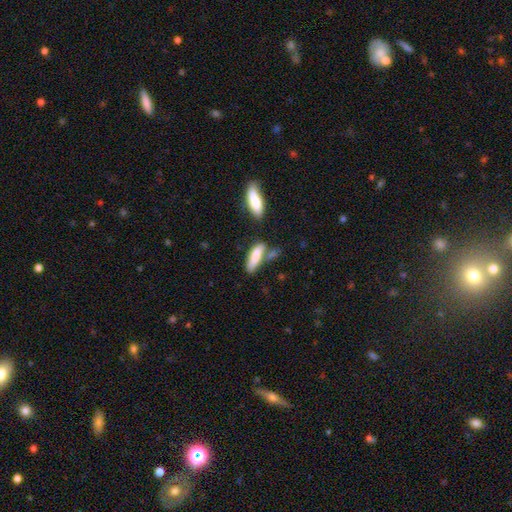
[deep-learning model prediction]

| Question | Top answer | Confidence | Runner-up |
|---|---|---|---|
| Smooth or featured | smooth | 79% | featured or disk (14%) |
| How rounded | cigar-shaped | 61% | in between (37%) |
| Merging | none | 49% | merger (23%) |